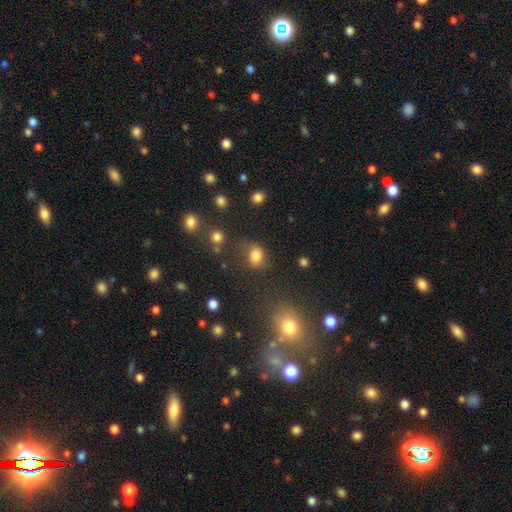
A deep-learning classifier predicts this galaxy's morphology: The model was most divided on "how rounded": in between: 52%, round: 46%, cigar-shaped: 1%. More confident: smooth or featured — smooth (80%); merging — none (57%).